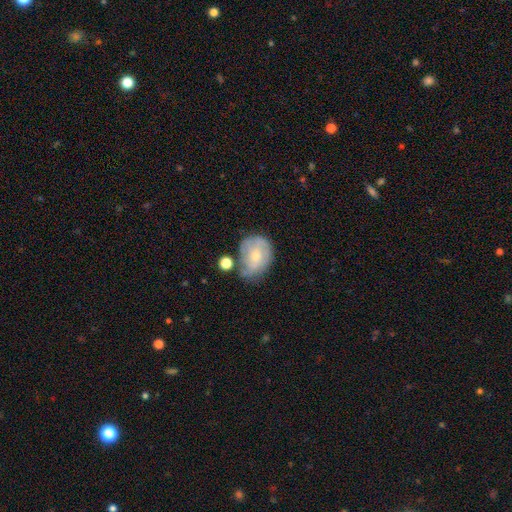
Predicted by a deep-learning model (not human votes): A featured or disk galaxy (59%) with no bar (73%), spiral arms (77%) and a small central bulge (60%).

Vote fractions:
- Smooth or featured? featured or disk: 59% / smooth: 34% / star or artifact: 7%
- Edge-on disk? no: 97% / yes: 3%
- Bar? no: 73% / weak: 23% / strong: 4%
- Spiral arms? yes: 77% / no: 23%
- Bulge size? small: 60% / moderate: 35% / none: 2% / large: 1% / dominant: 1%
- Merging? none: 46% / minor disturbance: 30% / major disturbance: 14% / merger: 10%